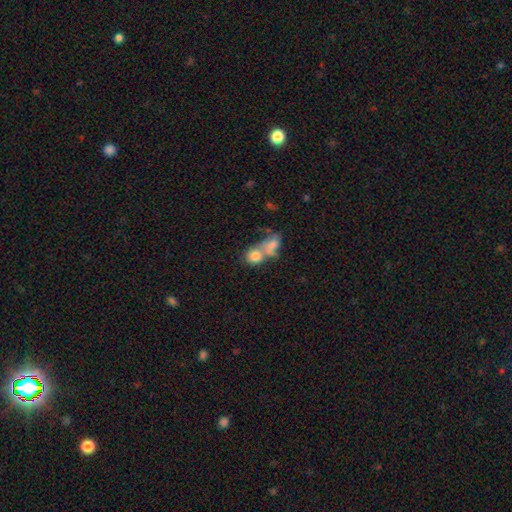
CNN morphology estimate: The model was most divided on "how rounded": round: 60%, in between: 38%, cigar-shaped: 2%. More confident: smooth or featured — smooth (78%); merging — merger (60%).